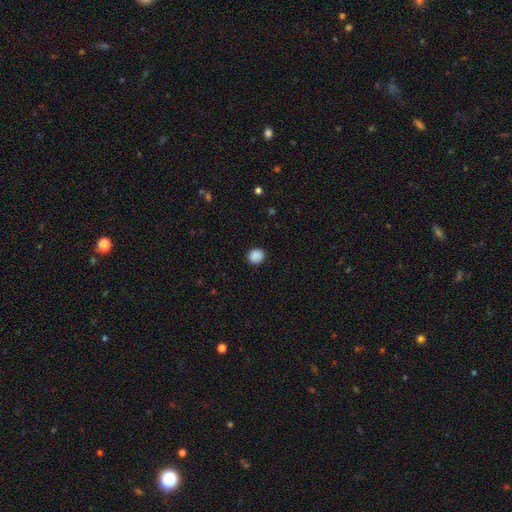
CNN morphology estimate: This appears to be a smooth galaxy with no disk features (88%) that is round (77%). Merging: none (89%).